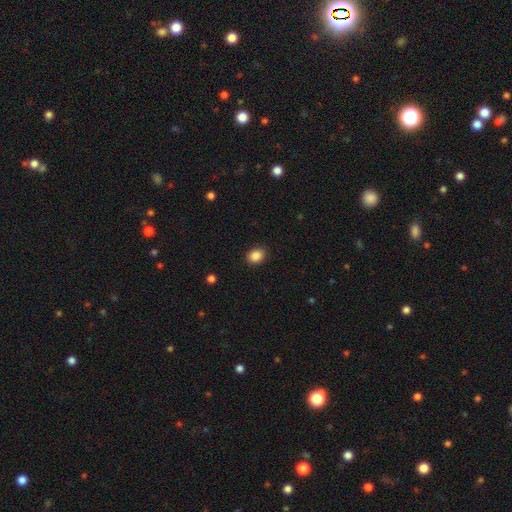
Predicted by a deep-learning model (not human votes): Overall: smooth (88%). How rounded: in between (52%; round 47%). Merging: none (90%).